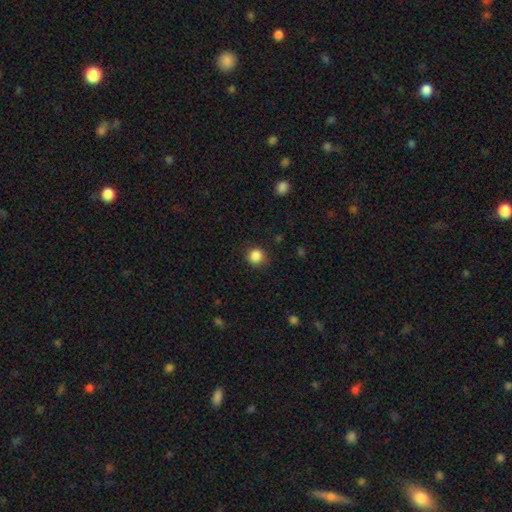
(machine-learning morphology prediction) A smooth galaxy with no disk features (86%) that is round (92%). Merging: none (86%).